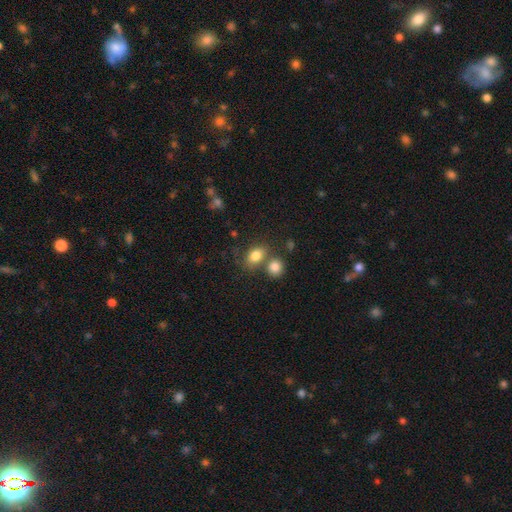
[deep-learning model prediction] smooth_or_featured: smooth (p=0.81) [alt: star or artifact p=0.10]
how_rounded: in between (p=0.70) [alt: round p=0.28]
merging: none (p=0.53) [alt: merger p=0.29]